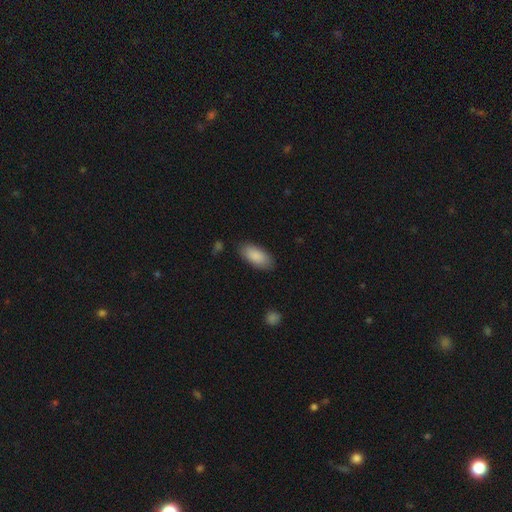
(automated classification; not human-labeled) Overall: smooth (88%). How rounded: in between (89%). Merging: none (84%).